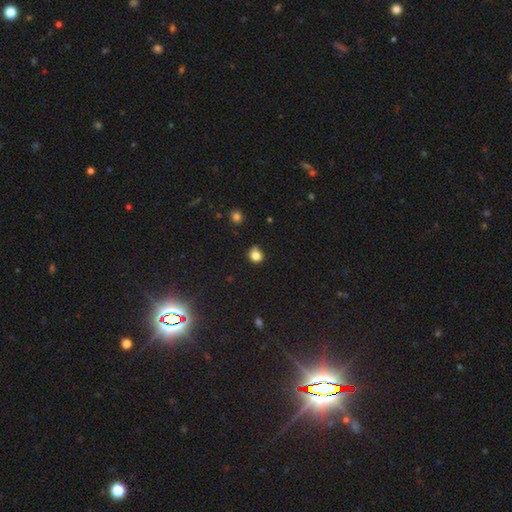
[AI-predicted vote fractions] smooth-or-featured: smooth: 82% | star or artifact: 13% | featured or disk: 5%
  how-rounded: round: 76% | in between: 23% | cigar-shaped: 1%
  merging: none: 66% | minor disturbance: 23% | merger: 5% | major disturbance: 5%